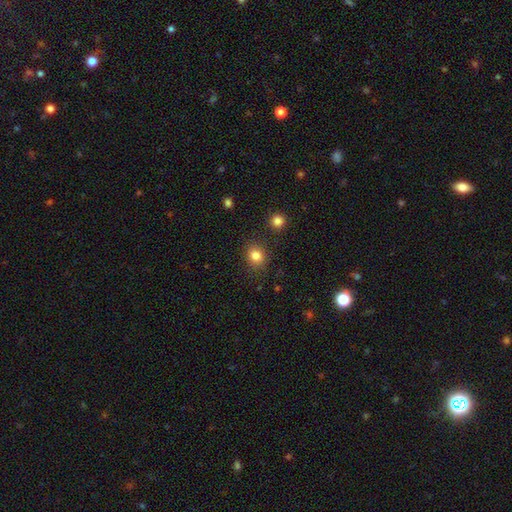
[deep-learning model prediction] Smooth or featured?
  - smooth: 82% *
  - star or artifact: 12%
  - featured or disk: 6%
How rounded?
  - round: 70% *
  - in between: 29%
  - cigar-shaped: 1%
Merging?
  - none: 85% *
  - minor disturbance: 10%
  - major disturbance: 3%
  - merger: 2%